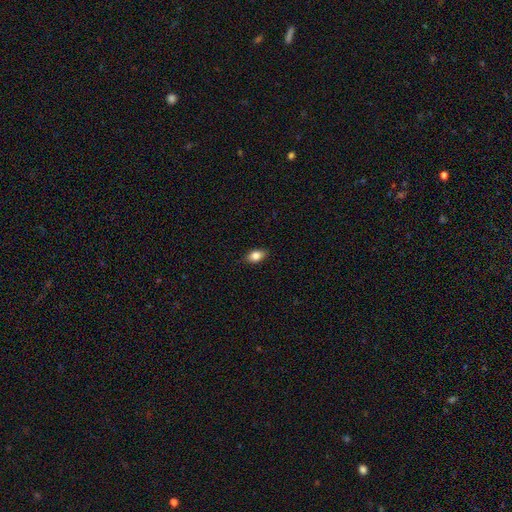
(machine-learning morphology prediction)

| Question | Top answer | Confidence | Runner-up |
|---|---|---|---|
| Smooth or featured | smooth | 82% | featured or disk (10%) |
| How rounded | in between | 82% | round (14%) |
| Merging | none | 85% | minor disturbance (12%) |